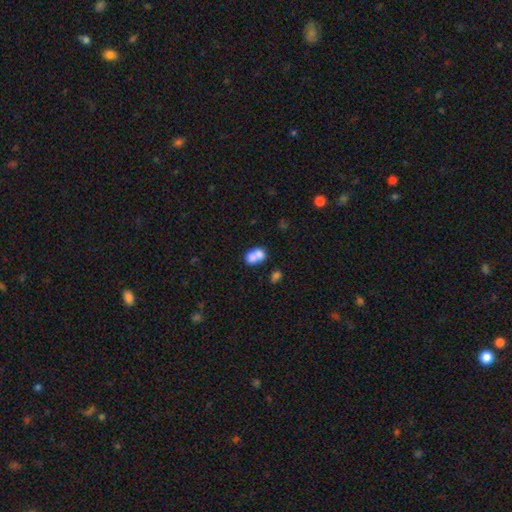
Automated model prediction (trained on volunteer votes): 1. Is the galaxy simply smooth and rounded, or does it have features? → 73% smooth, 18% featured or disk, 9% star or artifact.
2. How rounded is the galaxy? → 55% in between, 44% round, 1% cigar-shaped.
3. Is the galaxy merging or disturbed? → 66% merger, 23% none, 7% minor disturbance, 4% major disturbance.